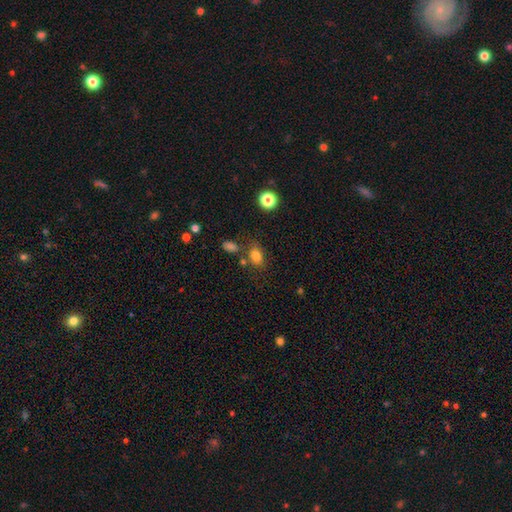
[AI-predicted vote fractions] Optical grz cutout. It shows a smooth galaxy with no disk features (80%) that is in between round and cigar-shaped (66%). Merging: none (67%).